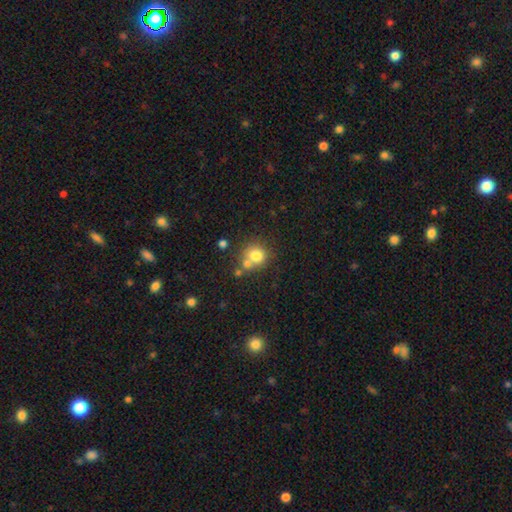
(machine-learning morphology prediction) type=smooth (76%); roundness=round (86%); merging=none (54%).